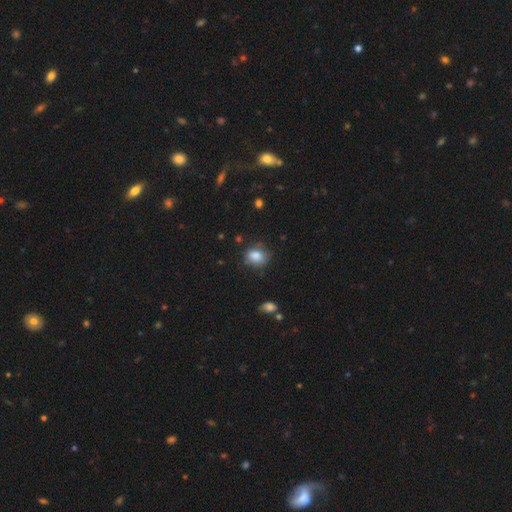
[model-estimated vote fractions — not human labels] Morphology: type=smooth (84%); roundness=in between (52%); merging=none (72%).